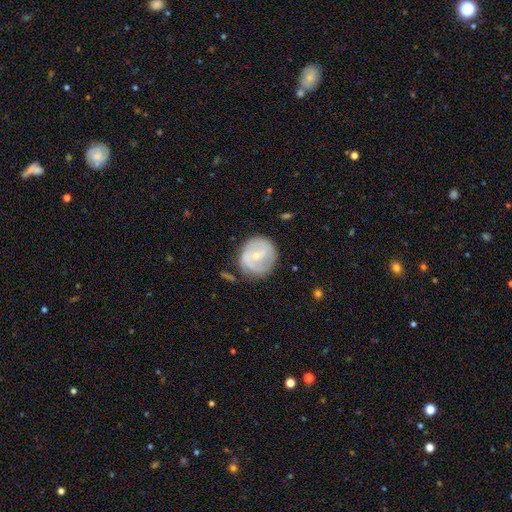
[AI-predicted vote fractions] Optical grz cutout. It shows a featured or disk galaxy (59%) with a weak bar (43%, tied with no), spiral arms (70%) and a small central bulge (68%). Merging: none (68%).